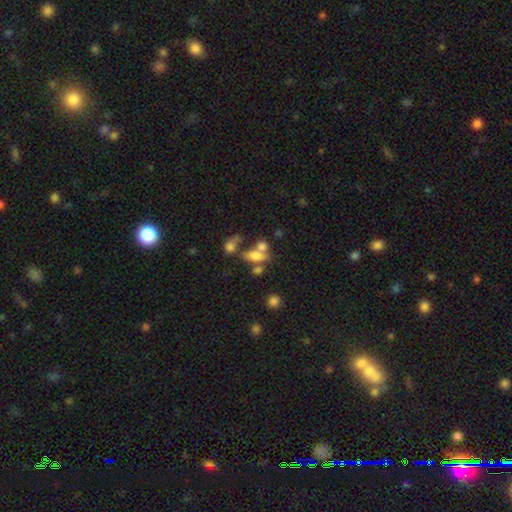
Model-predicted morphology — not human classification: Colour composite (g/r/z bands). It shows a smooth galaxy with no disk features (67%) that is in between round and cigar-shaped (78%). Merging: merger (45%).